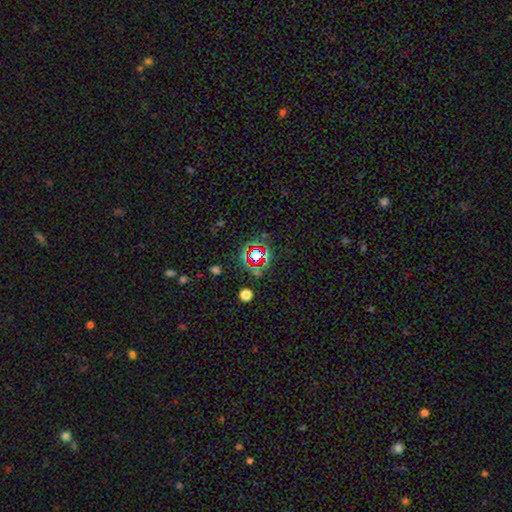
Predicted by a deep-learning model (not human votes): Smooth or featured: star or artifact — 69% (smooth — 19%)